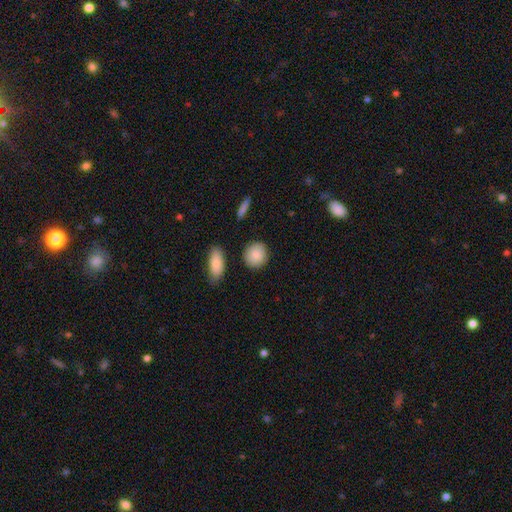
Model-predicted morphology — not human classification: Smooth or featured?
  - smooth: 85% *
  - star or artifact: 8%
  - featured or disk: 6%
How rounded?
  - round: 72% *
  - in between: 25%
  - cigar-shaped: 2%
Merging?
  - none: 86% *
  - minor disturbance: 9%
  - merger: 2%
  - major disturbance: 2%